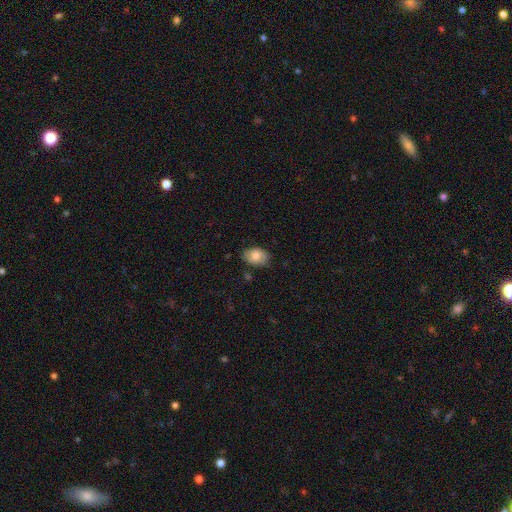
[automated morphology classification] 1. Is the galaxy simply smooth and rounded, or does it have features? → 70% smooth, 22% featured or disk, 8% star or artifact.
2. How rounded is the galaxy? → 81% in between, 18% round, 1% cigar-shaped.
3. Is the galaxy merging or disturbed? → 76% none, 18% minor disturbance, 4% major disturbance, 2% merger.